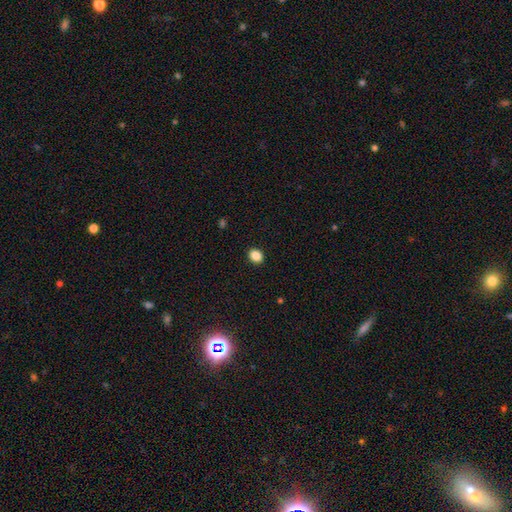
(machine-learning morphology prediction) Smooth or featured? Predicted: smooth (p=0.87). How rounded? Predicted: round (p=0.52). Merging? Predicted: none (p=0.91).